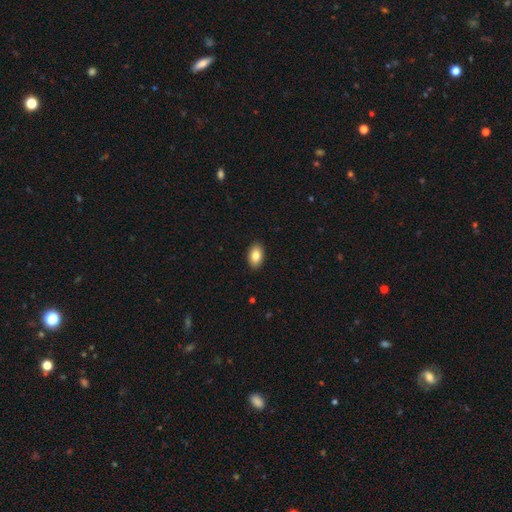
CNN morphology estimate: smooth_or_featured: smooth (p=0.84) [alt: featured or disk p=0.09]
how_rounded: in between (p=0.91) [alt: round p=0.08]
merging: none (p=0.90) [alt: minor disturbance p=0.07]